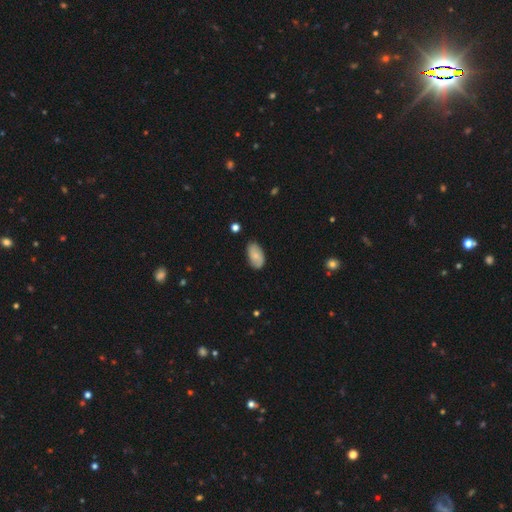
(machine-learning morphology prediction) Smooth or featured?
  - smooth: 77% *
  - featured or disk: 16%
  - star or artifact: 7%
How rounded?
  - in between: 94% *
  - round: 4%
  - cigar-shaped: 2%
Merging?
  - none: 76% *
  - minor disturbance: 19%
  - major disturbance: 3%
  - merger: 2%